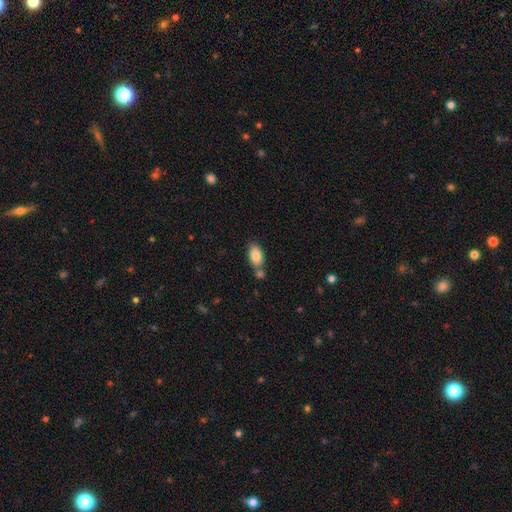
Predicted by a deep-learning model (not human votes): Overall: smooth (84%). How rounded: in between (92%). Merging: none (58%; merger 25%).